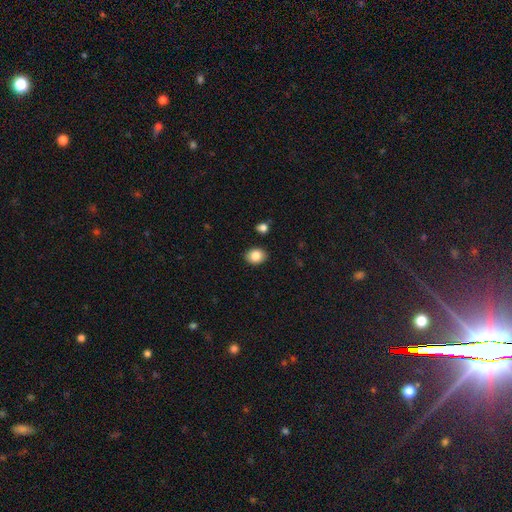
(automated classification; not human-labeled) smooth 86%, star or artifact 8%, featured or disk 6%. Down the decision tree: how rounded — in between (53%); merging — none (89%).